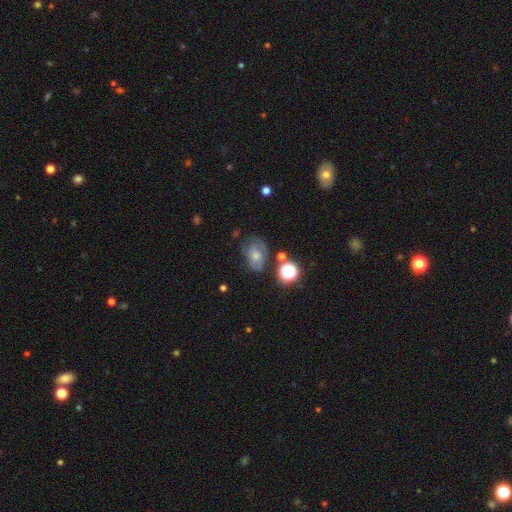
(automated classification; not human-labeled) Smooth or featured? Predicted: featured or disk (p=0.41). Merging? Predicted: none (p=0.69).